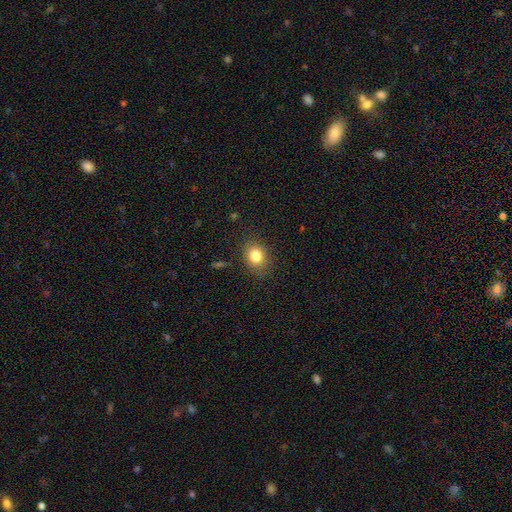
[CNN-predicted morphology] smooth_or_featured: smooth (p=0.82) [alt: star or artifact p=0.11]
how_rounded: round (p=0.51) [alt: in between p=0.48]
merging: none (p=0.82) [alt: minor disturbance p=0.13]